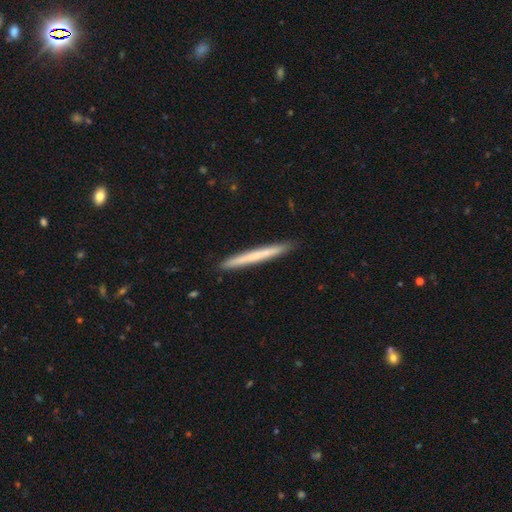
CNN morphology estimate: Smooth or featured: smooth — 59% (featured or disk — 35%)
How rounded: cigar-shaped — 97% (in between — 2%)
Merging: none — 92% (minor disturbance — 6%)